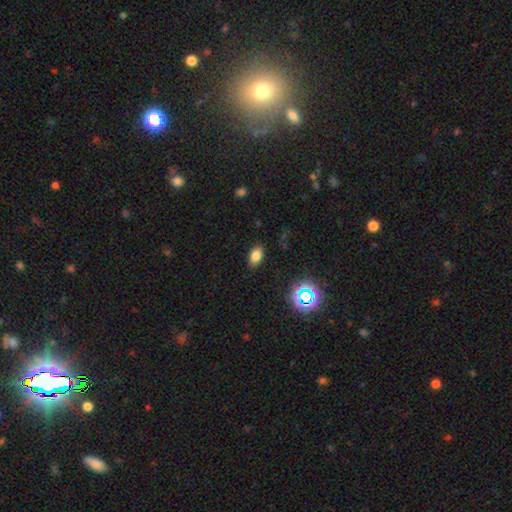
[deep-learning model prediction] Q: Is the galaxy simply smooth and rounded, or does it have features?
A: smooth — 77%.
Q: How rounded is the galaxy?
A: in between — 89%.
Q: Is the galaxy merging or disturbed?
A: none — 86%.